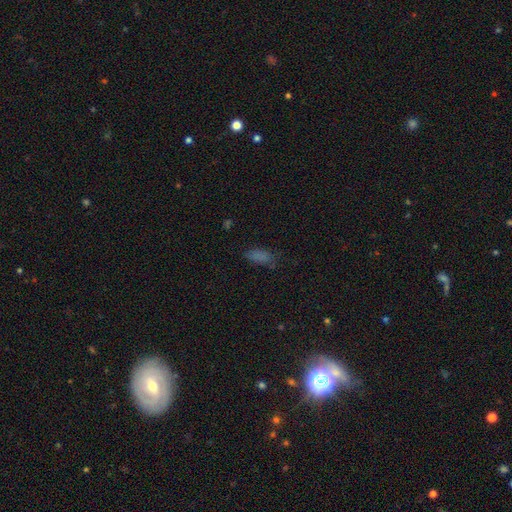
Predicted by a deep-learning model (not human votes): Q: Smooth or featured?
A: smooth (67%); runner-up: star or artifact (24%)
Q: How rounded?
A: in between (78%); runner-up: cigar-shaped (16%)
Q: Merging?
A: none (72%); runner-up: minor disturbance (18%)